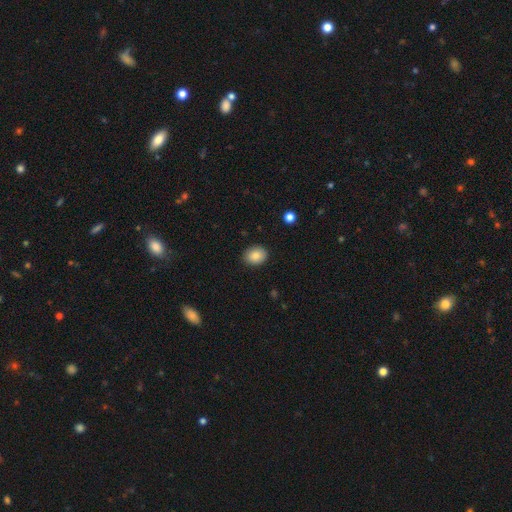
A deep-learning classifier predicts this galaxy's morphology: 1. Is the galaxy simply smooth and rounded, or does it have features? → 85% smooth, 8% star or artifact, 7% featured or disk.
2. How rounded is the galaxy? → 56% in between, 43% round, 1% cigar-shaped.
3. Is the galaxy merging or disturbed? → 89% none, 8% minor disturbance, 2% major disturbance, 1% merger.